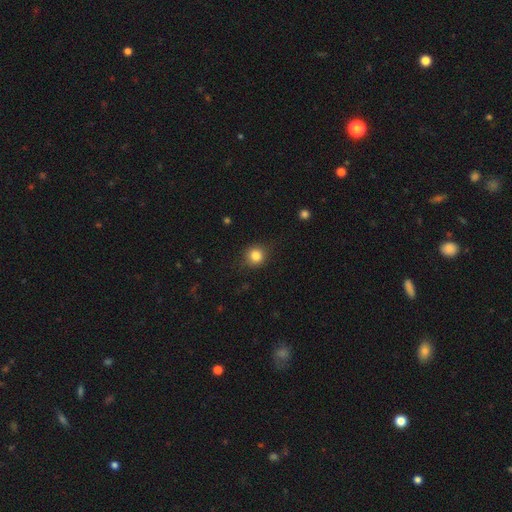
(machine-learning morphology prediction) Smooth or featured? Predicted: smooth (p=0.83). How rounded? Predicted: round (p=0.88). Merging? Predicted: none (p=0.85).